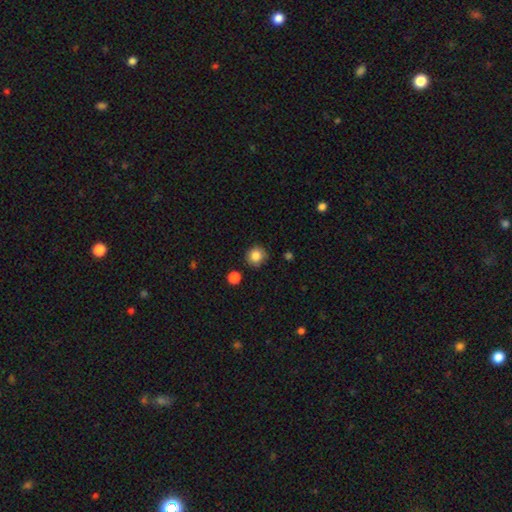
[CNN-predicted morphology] Smooth or featured: smooth — 85% (star or artifact — 10%)
How rounded: round — 90% (in between — 9%)
Merging: none — 86% (minor disturbance — 9%)